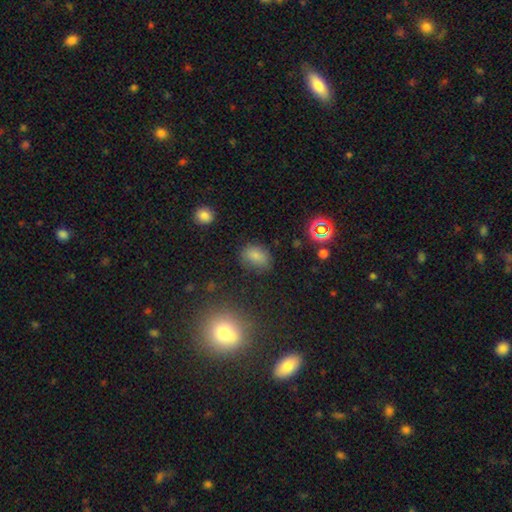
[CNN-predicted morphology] type=smooth (77%); roundness=in between (76%); merging=none (74%).